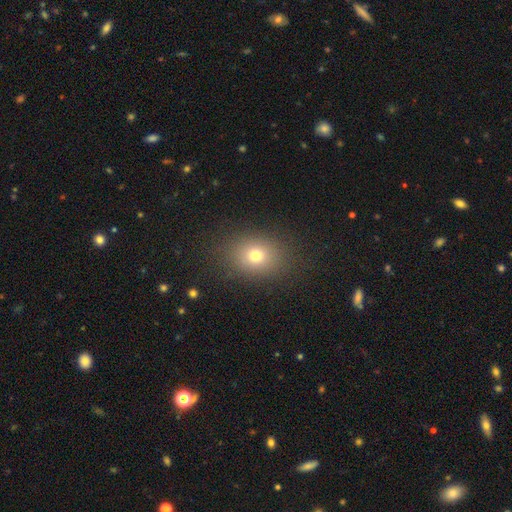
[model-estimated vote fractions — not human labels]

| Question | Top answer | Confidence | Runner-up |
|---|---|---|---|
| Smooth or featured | smooth | 74% | star or artifact (15%) |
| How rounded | in between | 52% | round (47%) |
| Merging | none | 85% | minor disturbance (9%) |